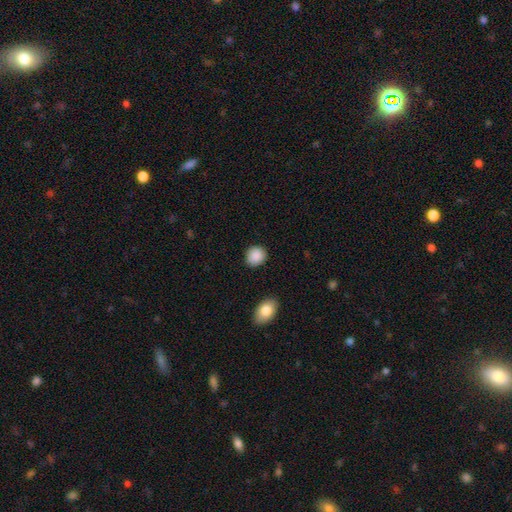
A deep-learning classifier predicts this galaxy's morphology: A smooth galaxy with no disk features (90%) that is round (77%).

Vote fractions:
- Smooth or featured? smooth: 90% / star or artifact: 7% / featured or disk: 3%
- How rounded? round: 77% / in between: 22% / cigar-shaped: 1%
- Merging? none: 87% / minor disturbance: 9% / major disturbance: 2% / merger: 2%